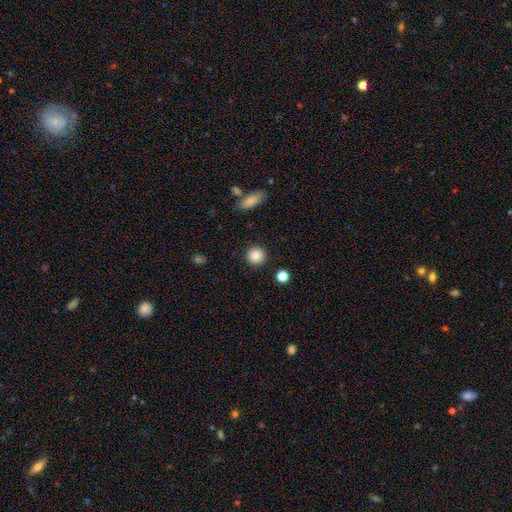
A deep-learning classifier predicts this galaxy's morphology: smooth-or-featured: smooth: 87% | star or artifact: 9% | featured or disk: 4%
  how-rounded: round: 94% | in between: 5% | cigar-shaped: 1%
  merging: none: 91% | minor disturbance: 5% | major disturbance: 2% | merger: 2%